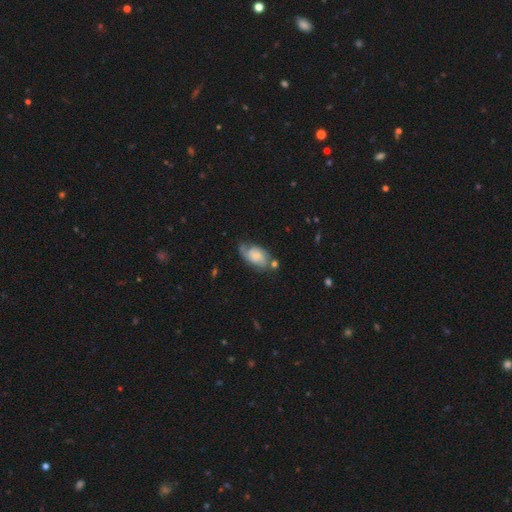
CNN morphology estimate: featured or disk 59%, smooth 34%, star or artifact 8%. Down the decision tree: edge-on disk — no (95%); bar — no (63%); spiral arms — yes (88%); bulge size — small (52%); merging — none (51%).